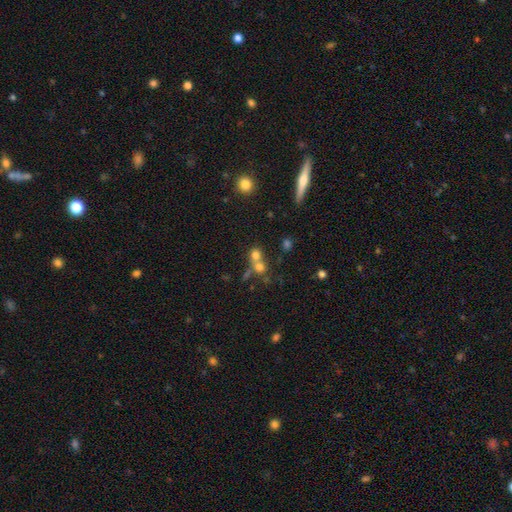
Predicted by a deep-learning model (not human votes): smooth-or-featured: smooth: 69% | star or artifact: 16% | featured or disk: 15%
  how-rounded: round: 77% | in between: 21% | cigar-shaped: 2%
  merging: merger: 58% | none: 33% | minor disturbance: 6% | major disturbance: 3%